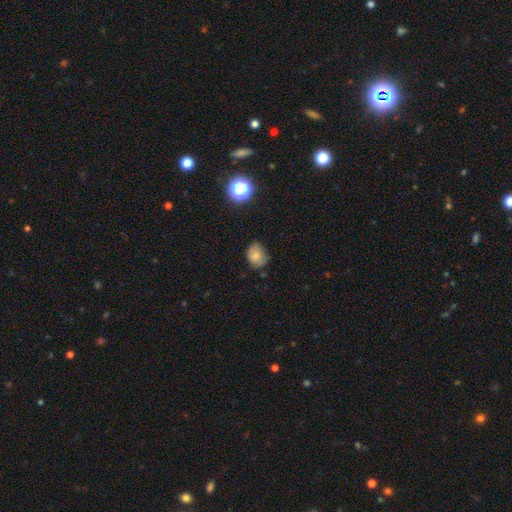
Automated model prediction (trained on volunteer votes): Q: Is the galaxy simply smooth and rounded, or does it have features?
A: smooth — 75%.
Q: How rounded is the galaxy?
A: in between — 51%.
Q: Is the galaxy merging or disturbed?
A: none — 59%.